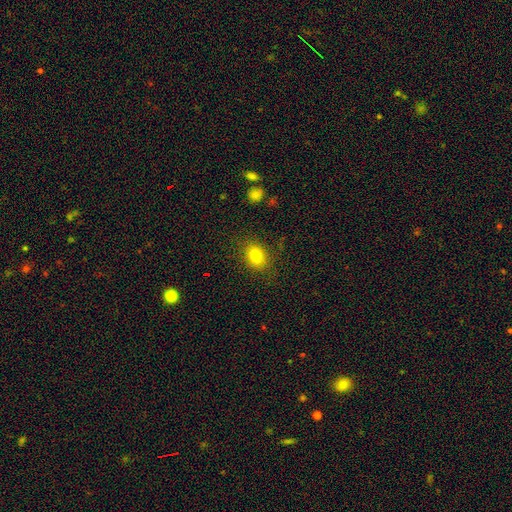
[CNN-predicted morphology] Smooth or featured?
  - smooth: 80% *
  - star or artifact: 11%
  - featured or disk: 9%
How rounded?
  - in between: 60% *
  - round: 39%
  - cigar-shaped: 1%
Merging?
  - none: 85% *
  - minor disturbance: 11%
  - major disturbance: 4%
  - merger: 1%